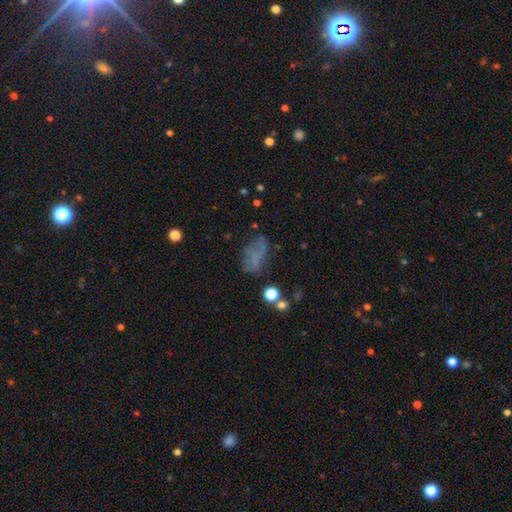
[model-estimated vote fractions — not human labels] smooth-or-featured: smooth: 47% | featured or disk: 32% | star or artifact: 21%
  merging: none: 45% | major disturbance: 26% | minor disturbance: 23% | merger: 6%